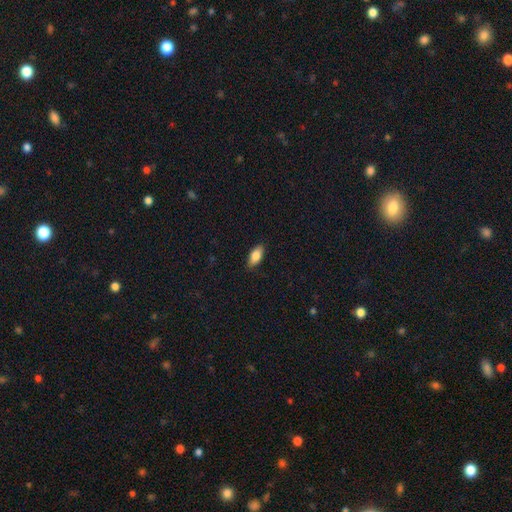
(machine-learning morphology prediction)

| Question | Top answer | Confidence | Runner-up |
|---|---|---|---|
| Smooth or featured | smooth | 82% | featured or disk (11%) |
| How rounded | in between | 88% | cigar-shaped (10%) |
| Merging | none | 87% | minor disturbance (10%) |